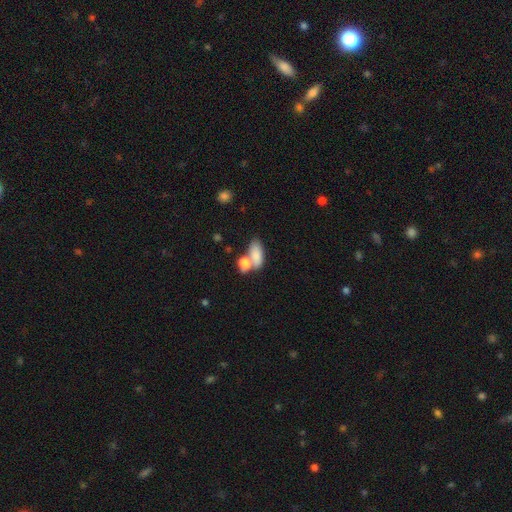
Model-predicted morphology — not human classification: Q: Smooth or featured?
A: smooth (80%); runner-up: featured or disk (11%)
Q: How rounded?
A: in between (83%); runner-up: round (9%)
Q: Merging?
A: none (40%); tied with: merger (40%)